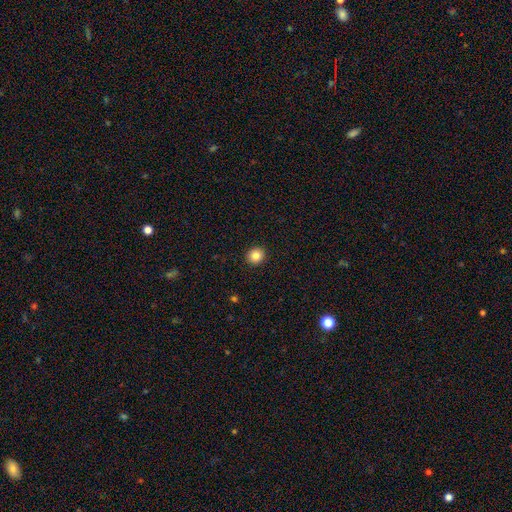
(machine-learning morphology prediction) Smooth or featured? smooth (84%)
How rounded? round (88%)
Merging? none (93%)